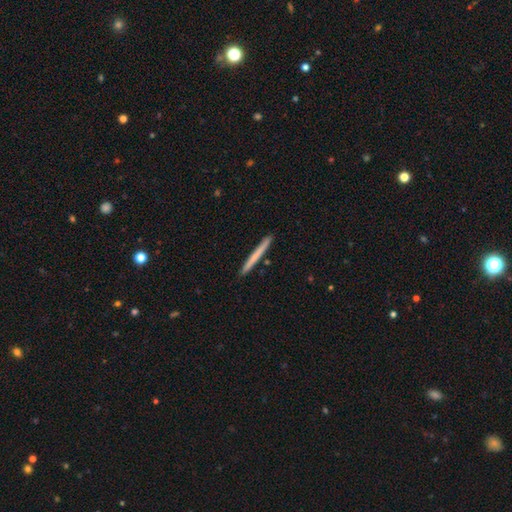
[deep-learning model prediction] Overall: smooth (63%; featured or disk 32%). How rounded: cigar-shaped (97%). Merging: none (92%).